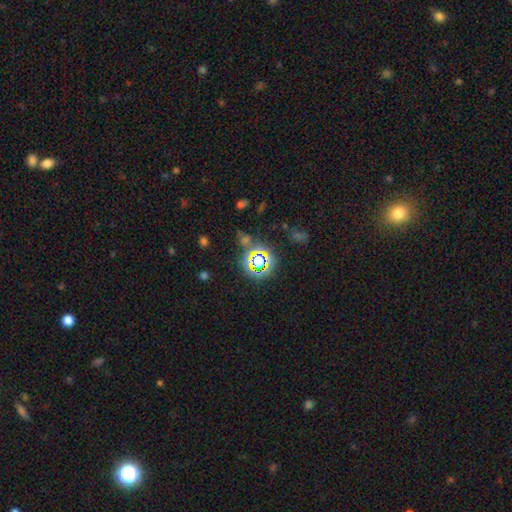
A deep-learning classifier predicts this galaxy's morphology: Smooth or featured?
  - star or artifact: 61% *
  - smooth: 29%
  - featured or disk: 10%